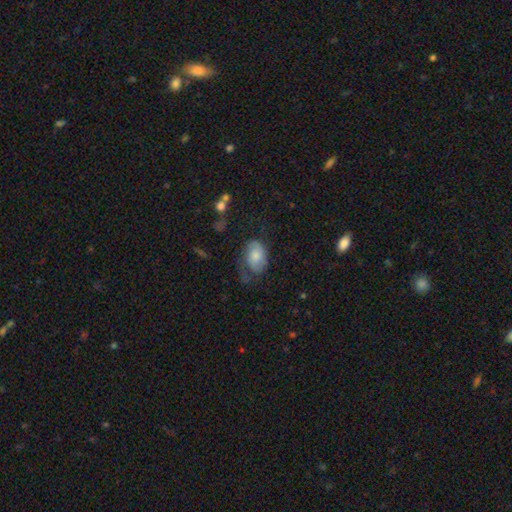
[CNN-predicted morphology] A smooth galaxy with no disk features (52%) that is in between round and cigar-shaped (84%). Merging: none (40%).